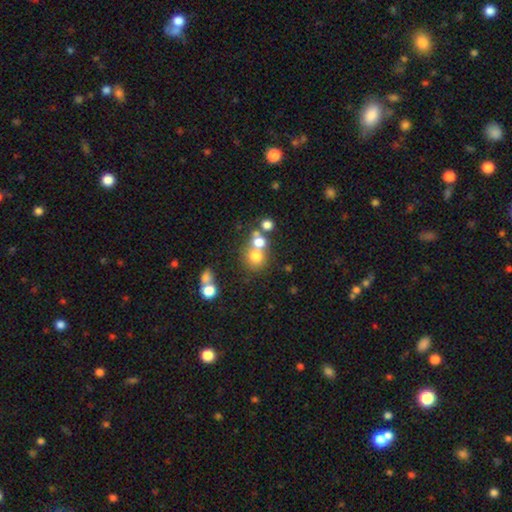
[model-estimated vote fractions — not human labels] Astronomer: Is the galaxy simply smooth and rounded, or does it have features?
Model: smooth — 68%.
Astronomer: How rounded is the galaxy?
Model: round — 81%.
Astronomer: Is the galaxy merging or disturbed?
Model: merger — 44% (runner-up: none, 43%).